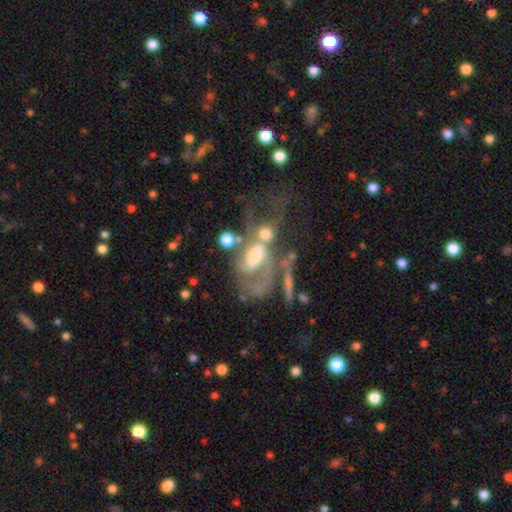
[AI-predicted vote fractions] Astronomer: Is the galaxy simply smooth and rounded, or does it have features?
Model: featured or disk — 75%.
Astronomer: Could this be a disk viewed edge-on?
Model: no — 95%.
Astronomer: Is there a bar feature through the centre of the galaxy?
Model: no — 43% (runner-up: weak, 36%).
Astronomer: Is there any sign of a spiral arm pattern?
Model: yes — 74%.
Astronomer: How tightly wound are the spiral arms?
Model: medium — 41% (runner-up: loose, 32%).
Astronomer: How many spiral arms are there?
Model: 2 — 38% (runner-up: 1, 26%).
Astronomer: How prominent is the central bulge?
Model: moderate — 50%.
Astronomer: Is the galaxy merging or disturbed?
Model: merger — 37% (runner-up: major disturbance, 32%).